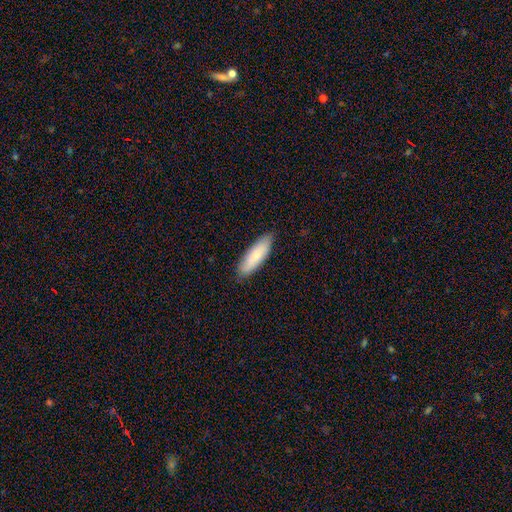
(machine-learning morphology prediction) A smooth galaxy with no disk features (76%) that is cigar-shaped (50%).

Vote fractions:
- Smooth or featured? smooth: 76% / featured or disk: 18% / star or artifact: 6%
- How rounded? cigar-shaped: 50% / in between: 48% / round: 2%
- Merging? none: 86% / minor disturbance: 11% / major disturbance: 2% / merger: 1%